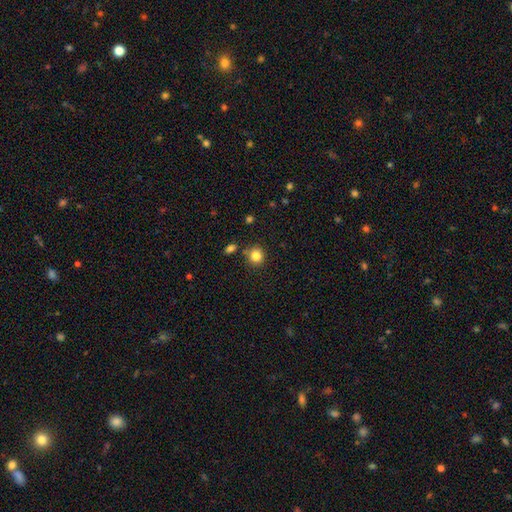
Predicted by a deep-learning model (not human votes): Smooth or featured: smooth — 84% (star or artifact — 11%)
How rounded: round — 87% (in between — 12%)
Merging: none — 80% (minor disturbance — 9%)